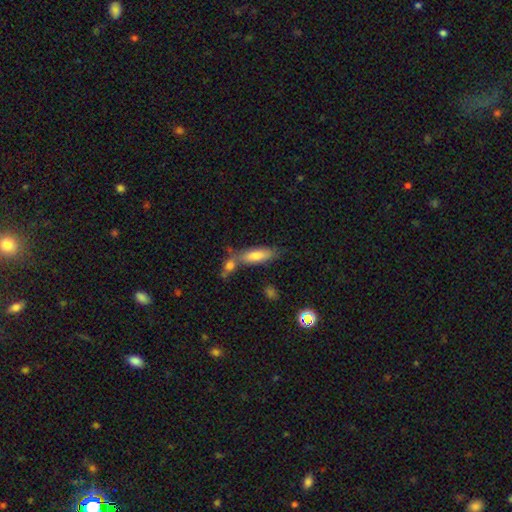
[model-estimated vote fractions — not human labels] This appears to be a smooth galaxy with no disk features (71%) that is in between round and cigar-shaped (49%, tied with cigar-shaped). Merging: none (55%).